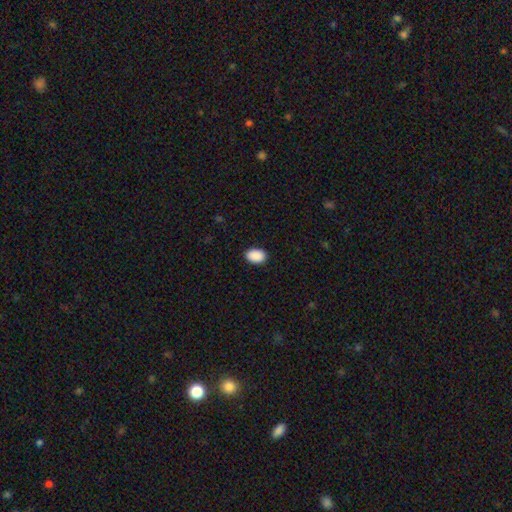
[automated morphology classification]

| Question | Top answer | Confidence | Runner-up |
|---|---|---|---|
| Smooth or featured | smooth | 91% | star or artifact (7%) |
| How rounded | in between | 84% | round (15%) |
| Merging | none | 90% | minor disturbance (7%) |